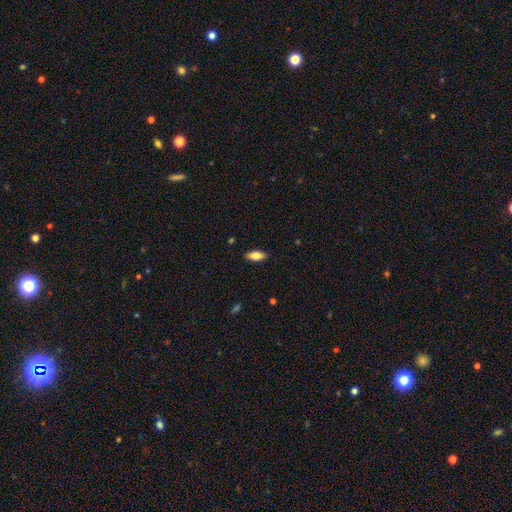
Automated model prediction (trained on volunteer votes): This appears to be a smooth galaxy with no disk features (79%) that is in between round and cigar-shaped (80%). Merging: none (88%).